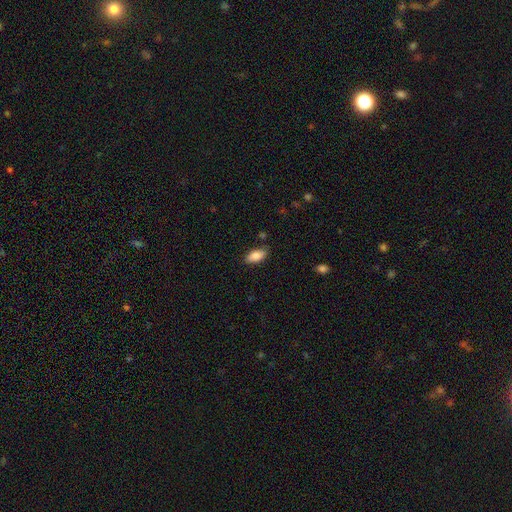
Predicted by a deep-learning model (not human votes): This appears to be a smooth galaxy with no disk features (87%) that is in between round and cigar-shaped (91%). Merging: none (83%).